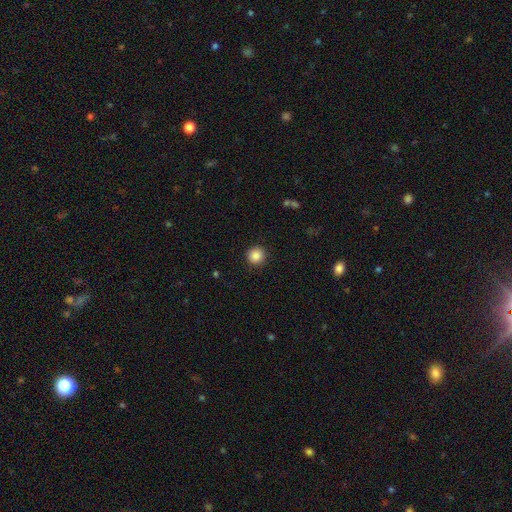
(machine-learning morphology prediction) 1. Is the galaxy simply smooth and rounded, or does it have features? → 87% smooth, 10% star or artifact, 3% featured or disk.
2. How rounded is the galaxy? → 94% round, 6% in between, 1% cigar-shaped.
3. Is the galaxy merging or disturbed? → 92% none, 5% minor disturbance, 2% major disturbance, 1% merger.